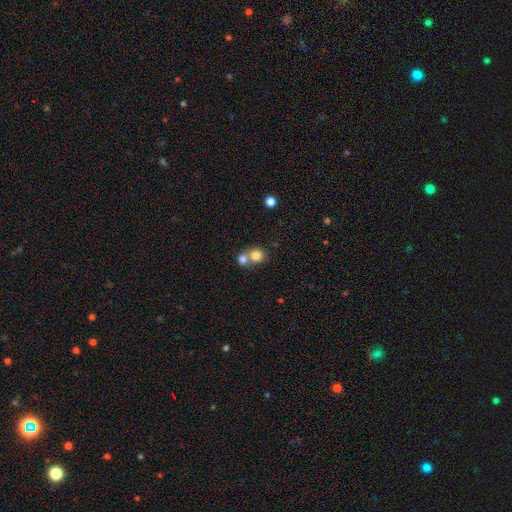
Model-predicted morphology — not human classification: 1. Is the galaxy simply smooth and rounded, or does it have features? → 80% smooth, 11% star or artifact, 10% featured or disk.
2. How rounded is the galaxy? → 83% round, 16% in between, 1% cigar-shaped.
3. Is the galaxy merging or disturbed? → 54% merger, 38% none, 5% minor disturbance, 2% major disturbance.